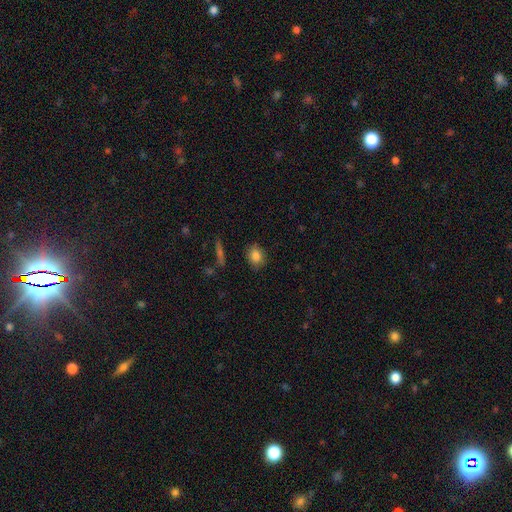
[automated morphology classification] smooth_or_featured: smooth (p=0.84) [alt: star or artifact p=0.09]
how_rounded: round (p=0.53) [alt: in between p=0.45]
merging: none (p=0.82) [alt: minor disturbance p=0.14]